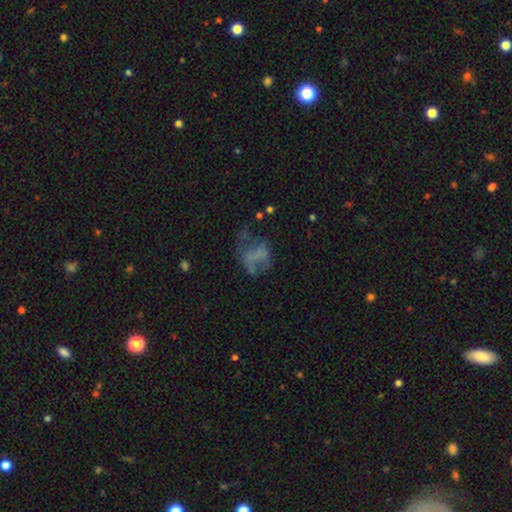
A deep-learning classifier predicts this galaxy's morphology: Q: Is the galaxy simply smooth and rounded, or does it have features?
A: featured or disk — 42%.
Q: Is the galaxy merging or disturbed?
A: major disturbance — 41%.